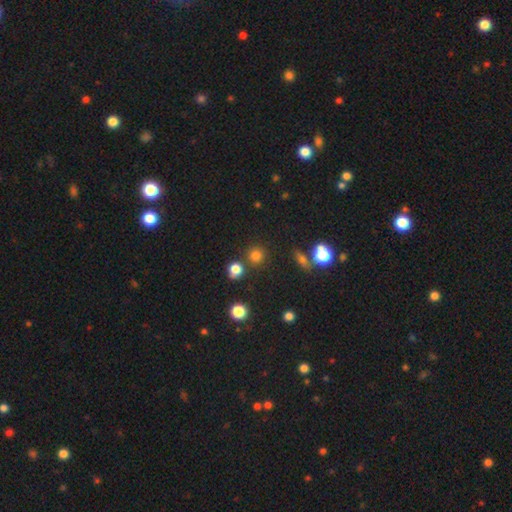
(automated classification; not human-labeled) A smooth galaxy with no disk features (77%) that is round (91%).

Vote fractions:
- Smooth or featured? smooth: 77% / star or artifact: 17% / featured or disk: 6%
- How rounded? round: 91% / in between: 8% / cigar-shaped: 1%
- Merging? none: 81% / merger: 8% / minor disturbance: 8% / major disturbance: 3%